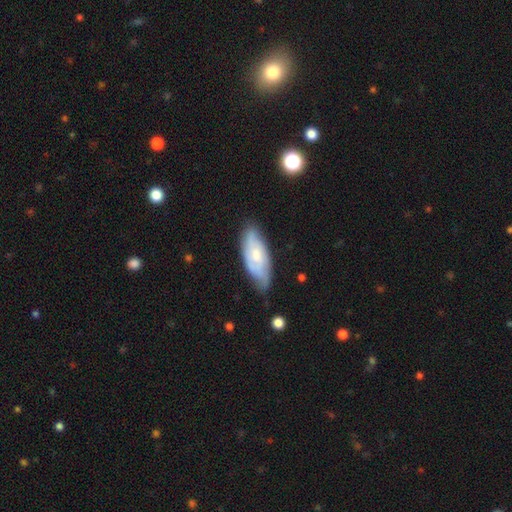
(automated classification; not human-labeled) Smooth or featured?
  - featured or disk: 57% *
  - smooth: 36%
  - star or artifact: 6%
Edge-on disk?
  - no: 86% *
  - yes: 14%
Merging?
  - none: 64% *
  - minor disturbance: 28%
  - major disturbance: 6%
  - merger: 2%